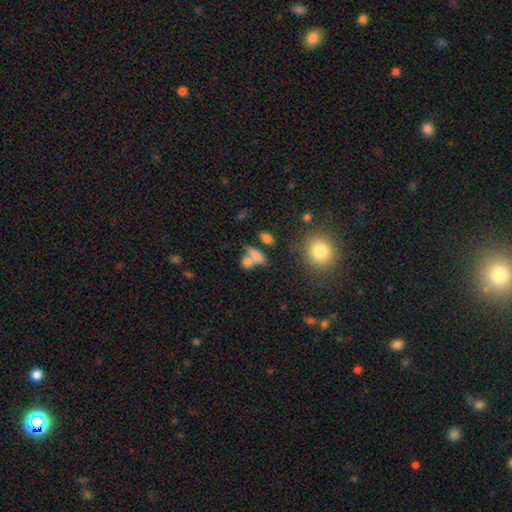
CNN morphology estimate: smooth 74%, featured or disk 14%, star or artifact 12%. Down the decision tree: how rounded — in between (69%); merging — merger (44%).